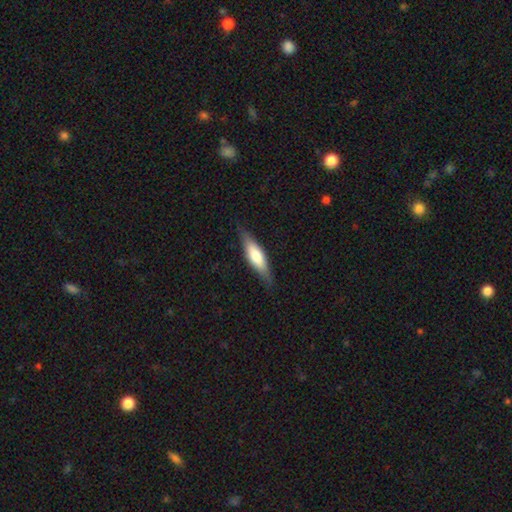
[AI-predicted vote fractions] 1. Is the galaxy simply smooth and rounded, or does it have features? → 58% smooth, 37% featured or disk, 5% star or artifact.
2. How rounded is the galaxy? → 61% cigar-shaped, 37% in between, 2% round.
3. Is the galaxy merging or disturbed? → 81% none, 15% minor disturbance, 3% major disturbance, 1% merger.